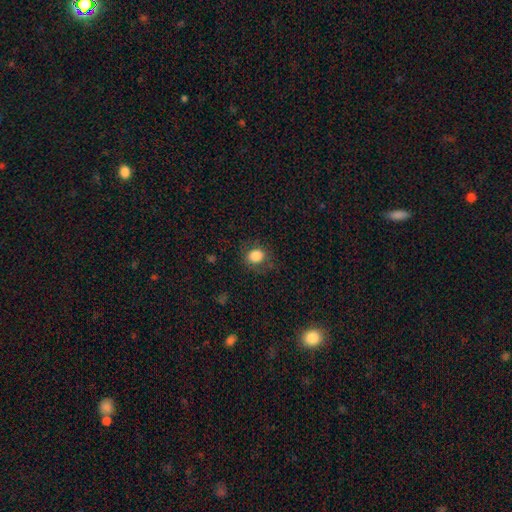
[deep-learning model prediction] Smooth or featured: smooth — 84% (star or artifact — 10%)
How rounded: round — 70% (in between — 29%)
Merging: none — 76% (minor disturbance — 16%)